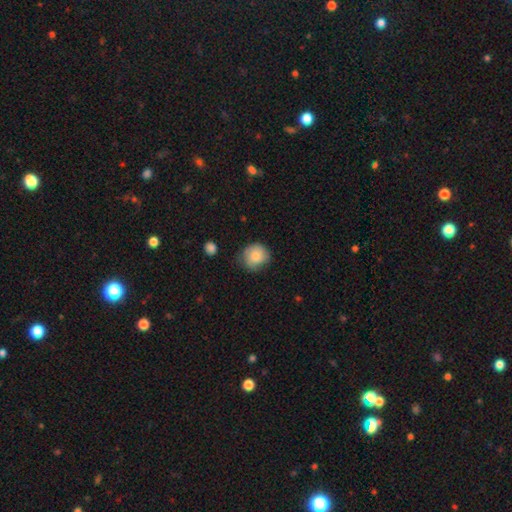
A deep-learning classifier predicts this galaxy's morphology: Smooth or featured? smooth (80%)
How rounded? round (84%)
Merging? none (69%)